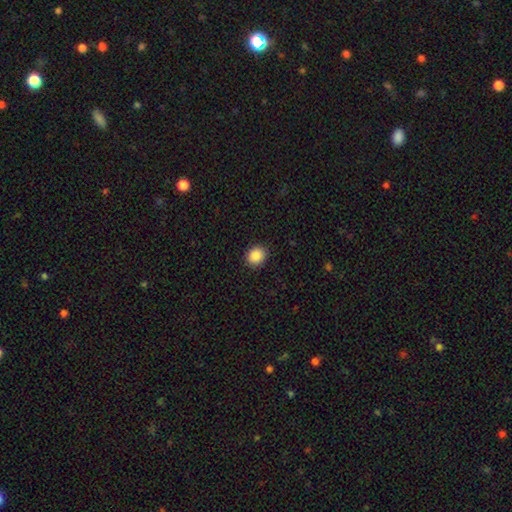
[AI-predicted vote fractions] This appears to be a smooth galaxy with no disk features (89%) that is round (71%). Merging: none (90%).